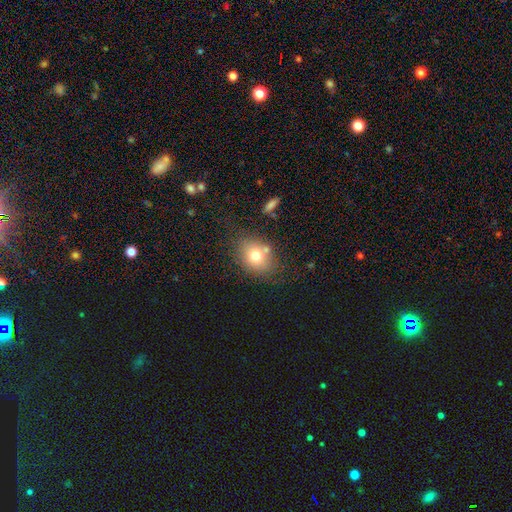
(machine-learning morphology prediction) Overall: smooth (74%). How rounded: in between (59%; round 40%). Merging: none (70%).